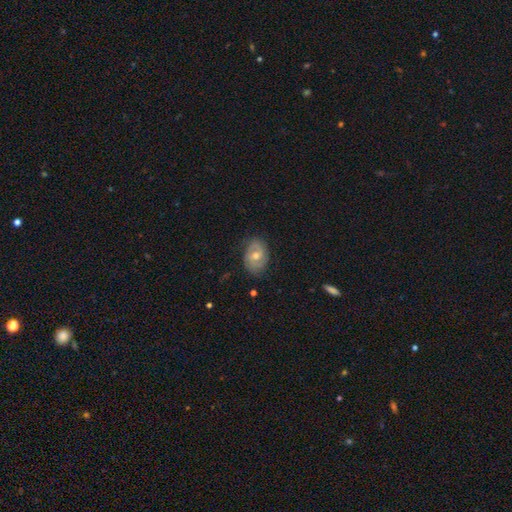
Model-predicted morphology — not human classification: Smooth or featured: featured or disk — 55% (smooth — 34%)
Edge-on disk: no — 94% (yes — 6%)
Bar: no — 53% (weak — 37%)
Spiral arms: yes — 69% (no — 31%)
Bulge size: moderate — 68% (small — 27%)
Merging: none — 78% (minor disturbance — 17%)